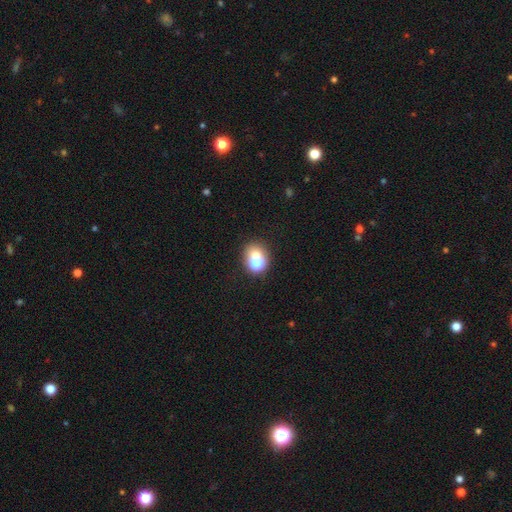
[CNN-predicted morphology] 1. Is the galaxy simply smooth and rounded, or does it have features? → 65% smooth, 18% featured or disk, 17% star or artifact.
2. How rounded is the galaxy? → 70% round, 29% in between, 1% cigar-shaped.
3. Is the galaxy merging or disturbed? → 47% none, 40% merger, 9% minor disturbance, 5% major disturbance.